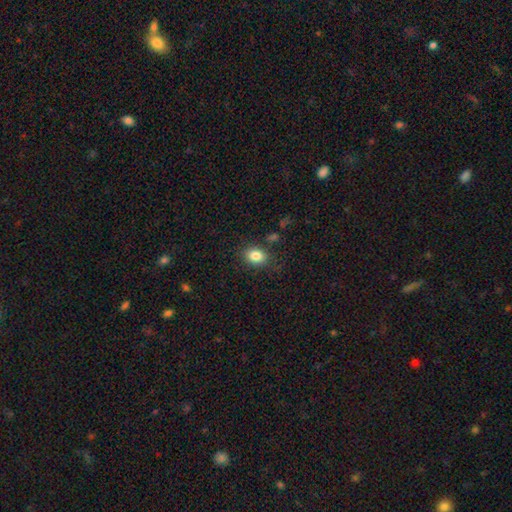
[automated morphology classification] Smooth or featured? Predicted: smooth (p=0.84). How rounded? Predicted: in between (p=0.63). Merging? Predicted: none (p=0.81).